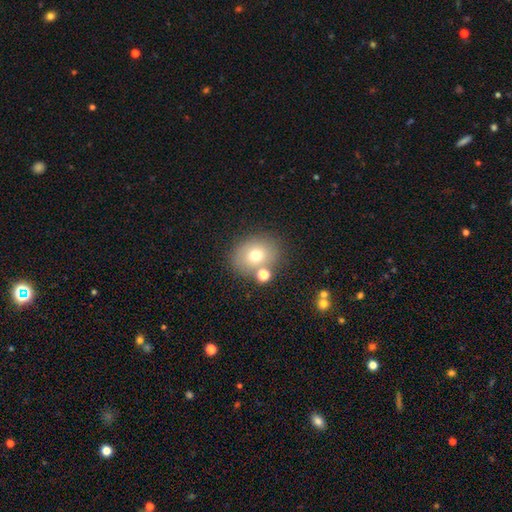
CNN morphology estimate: Smooth or featured?
  - smooth: 70% *
  - featured or disk: 18%
  - star or artifact: 12%
How rounded?
  - round: 57% *
  - in between: 42%
  - cigar-shaped: 1%
Merging?
  - none: 69% *
  - merger: 14%
  - minor disturbance: 12%
  - major disturbance: 4%